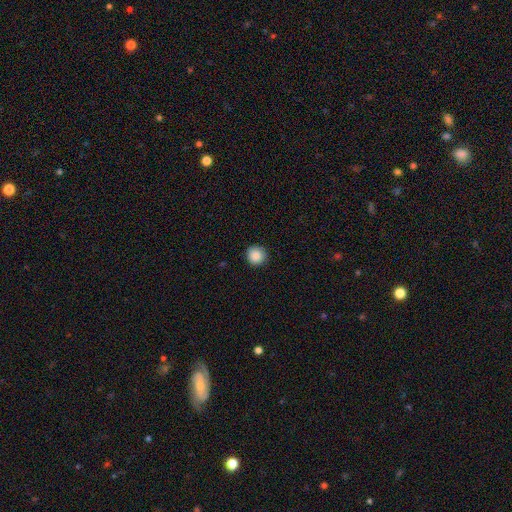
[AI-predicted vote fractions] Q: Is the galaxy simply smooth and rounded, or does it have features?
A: smooth — 88%.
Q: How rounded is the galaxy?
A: round — 94%.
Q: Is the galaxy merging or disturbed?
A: none — 91%.